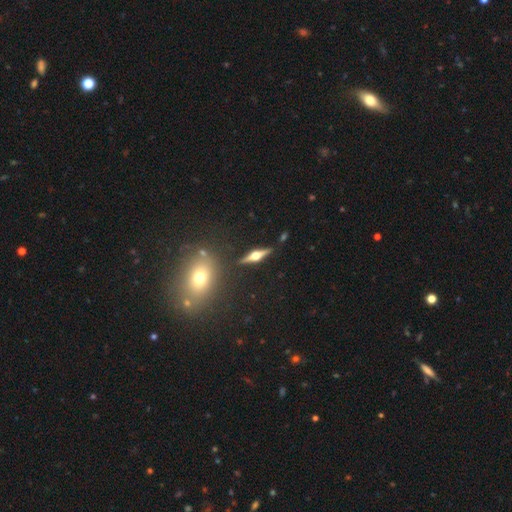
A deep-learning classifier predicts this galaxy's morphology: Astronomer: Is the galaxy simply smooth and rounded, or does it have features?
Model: featured or disk — 76%.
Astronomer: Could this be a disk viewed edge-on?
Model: yes — 97%.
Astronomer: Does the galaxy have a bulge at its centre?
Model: rounded — 95%.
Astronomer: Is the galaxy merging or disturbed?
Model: none — 88%.